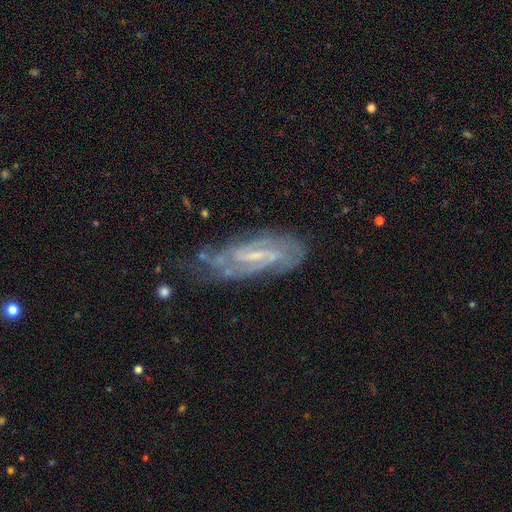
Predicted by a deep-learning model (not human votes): A featured or disk galaxy (81%) with a weak bar (50%), 2 (44%) tight (47%) spiral arms (90%) and a small central bulge (59%).

Vote fractions:
- Smooth or featured? featured or disk: 81% / smooth: 12% / star or artifact: 7%
- Edge-on disk? no: 88% / yes: 12%
- Bar? weak: 50% / strong: 30% / no: 20%
- Spiral arms? yes: 90% / no: 10%
- Spiral winding? tight: 47% / medium: 40% / loose: 13%
- Spiral arm count? 2: 44% / can't tell: 35% / 3: 10% / 4: 5% / 1: 4% / more than 4: 3%
- Bulge size? small: 59% / moderate: 23% / none: 16% / large: 2% / dominant: 1%
- Merging? none: 58% / minor disturbance: 26% / major disturbance: 13% / merger: 3%